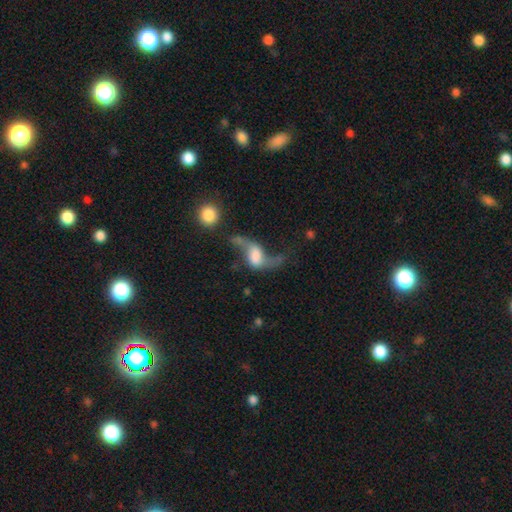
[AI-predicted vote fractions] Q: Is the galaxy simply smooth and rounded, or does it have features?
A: featured or disk — 70%.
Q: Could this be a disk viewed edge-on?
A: no — 93%.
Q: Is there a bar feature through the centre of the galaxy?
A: no — 42%.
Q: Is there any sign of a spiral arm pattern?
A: yes — 86%.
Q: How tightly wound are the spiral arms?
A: loose — 92%.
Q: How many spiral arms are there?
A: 2 — 90%.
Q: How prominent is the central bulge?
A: large — 35%.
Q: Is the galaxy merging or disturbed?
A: none — 36%.